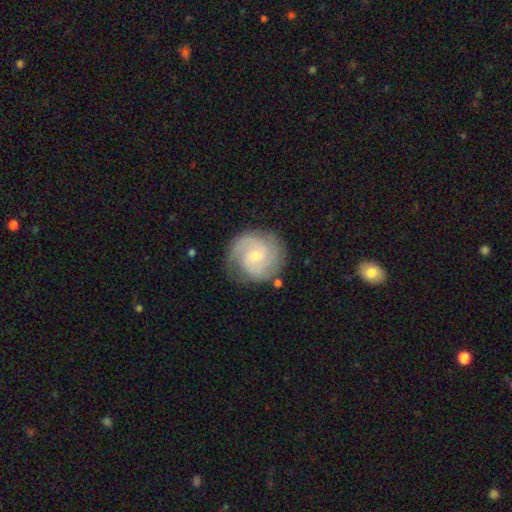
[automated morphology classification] Q: Smooth or featured?
A: featured or disk (84%); runner-up: smooth (11%)
Q: Edge-on disk?
A: no (98%); runner-up: yes (2%)
Q: Bar?
A: no (51%); runner-up: weak (43%)
Q: Spiral arms?
A: yes (97%); runner-up: no (3%)
Q: Spiral winding?
A: tight (56%); runner-up: medium (36%)
Q: Spiral arm count?
A: 2 (47%); runner-up: 3 (26%)
Q: Bulge size?
A: small (66%); runner-up: moderate (30%)
Q: Merging?
A: none (80%); runner-up: minor disturbance (14%)